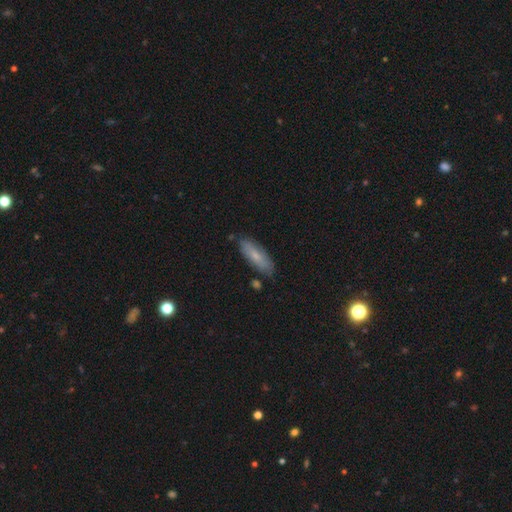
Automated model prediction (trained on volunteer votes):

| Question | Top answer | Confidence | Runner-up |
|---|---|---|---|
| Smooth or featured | smooth | 66% | featured or disk (27%) |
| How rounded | in between | 57% | cigar-shaped (41%) |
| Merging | none | 79% | minor disturbance (15%) |